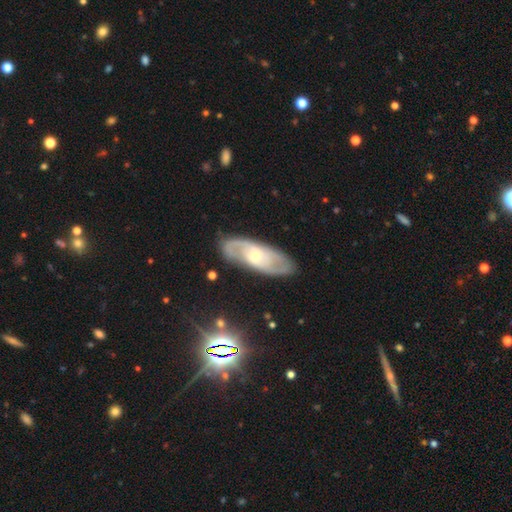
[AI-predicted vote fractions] smooth_or_featured: featured or disk (p=0.75) [alt: smooth p=0.19]
disk_edge_on: no (p=0.88) [alt: yes p=0.12]
bar: no (p=0.55) [alt: weak p=0.36]
has_spiral_arms: yes (p=0.87) [alt: no p=0.13]
spiral_winding: medium (p=0.42) [alt: tight p=0.39]
spiral_arm_count: 2 (p=0.58) [alt: can't tell p=0.27]
bulge_size: moderate (p=0.50) [alt: small p=0.44]
merging: none (p=0.79) [alt: minor disturbance p=0.15]